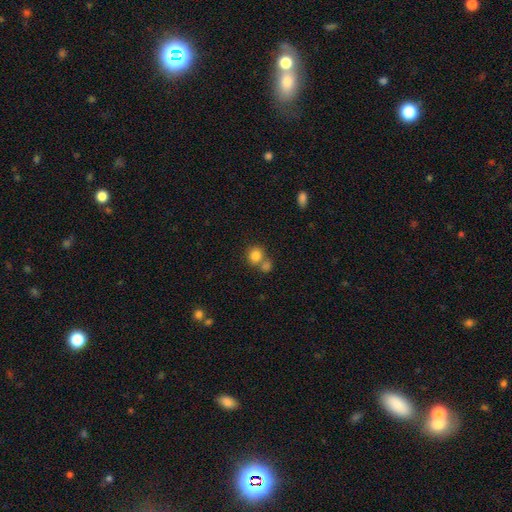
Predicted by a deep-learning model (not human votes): Smooth or featured?
  - smooth: 83% *
  - star or artifact: 10%
  - featured or disk: 7%
How rounded?
  - round: 80% *
  - in between: 19%
  - cigar-shaped: 1%
Merging?
  - none: 51% *
  - merger: 37%
  - minor disturbance: 9%
  - major disturbance: 4%